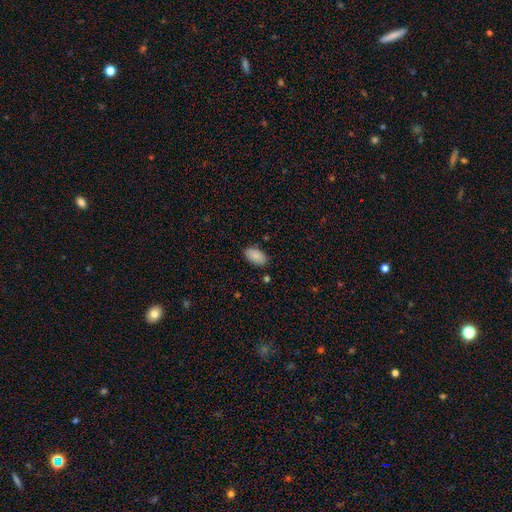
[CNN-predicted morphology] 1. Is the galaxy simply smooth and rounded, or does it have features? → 87% smooth, 7% star or artifact, 6% featured or disk.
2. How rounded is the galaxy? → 94% in between, 4% round, 2% cigar-shaped.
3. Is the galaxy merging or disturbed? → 84% none, 11% minor disturbance, 2% major disturbance, 2% merger.